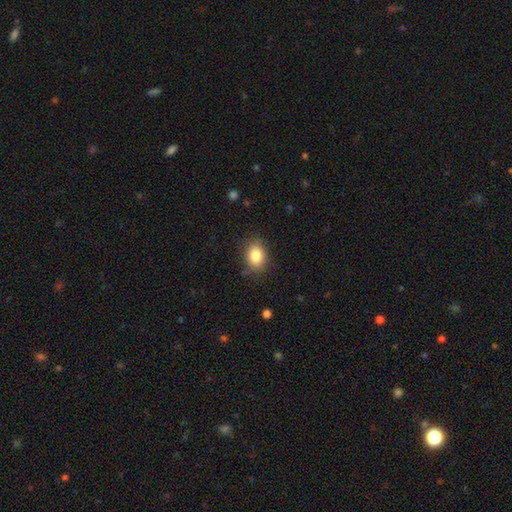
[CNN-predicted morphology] Q: Smooth or featured?
A: smooth (84%); runner-up: star or artifact (9%)
Q: How rounded?
A: in between (67%); runner-up: round (32%)
Q: Merging?
A: none (82%); runner-up: minor disturbance (13%)